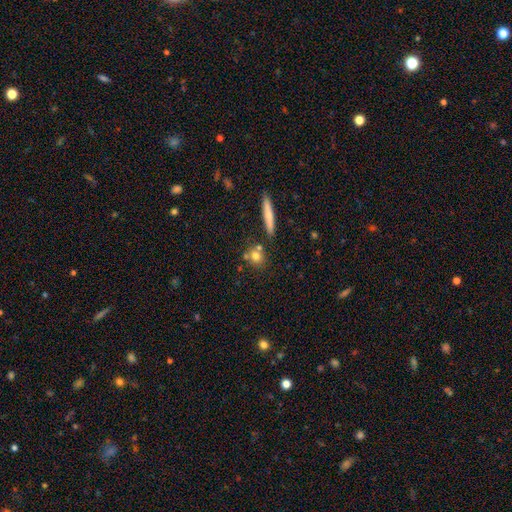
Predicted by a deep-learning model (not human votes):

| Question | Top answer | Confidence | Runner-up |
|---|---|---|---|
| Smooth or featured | smooth | 73% | featured or disk (16%) |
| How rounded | round | 73% | in between (20%) |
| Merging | none | 63% | merger (23%) |